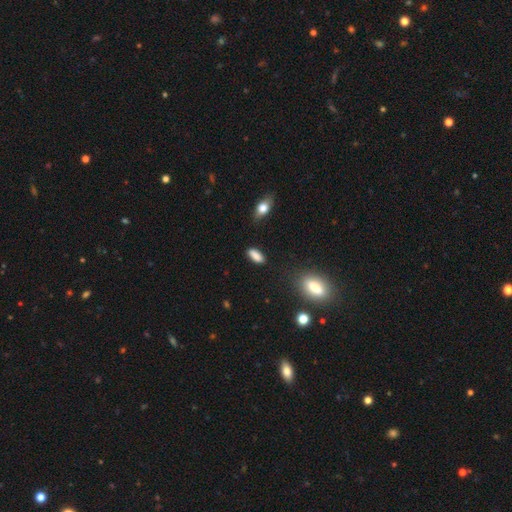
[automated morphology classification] Smooth or featured: smooth — 84% (star or artifact — 8%)
How rounded: in between — 69% (cigar-shaped — 27%)
Merging: none — 82% (minor disturbance — 12%)